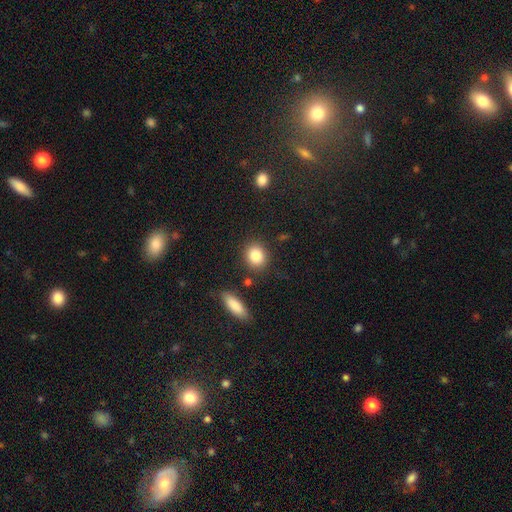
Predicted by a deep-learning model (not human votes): This appears to be a smooth galaxy with no disk features (85%) that is round (66%). Merging: none (83%).